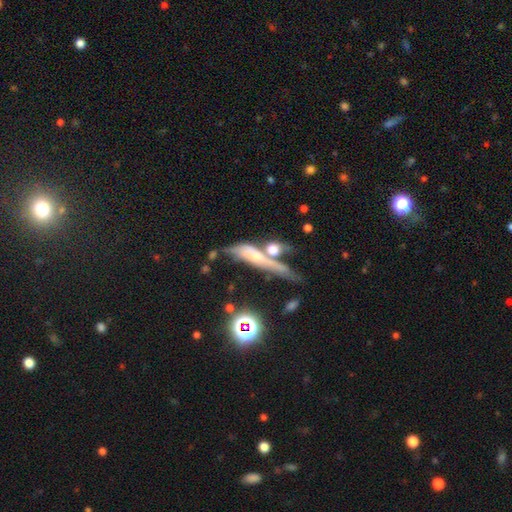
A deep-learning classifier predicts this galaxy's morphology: smooth-or-featured: featured or disk: 44% | smooth: 38% | star or artifact: 18%
  merging: none: 35% | merger: 33% | minor disturbance: 17% | major disturbance: 15%